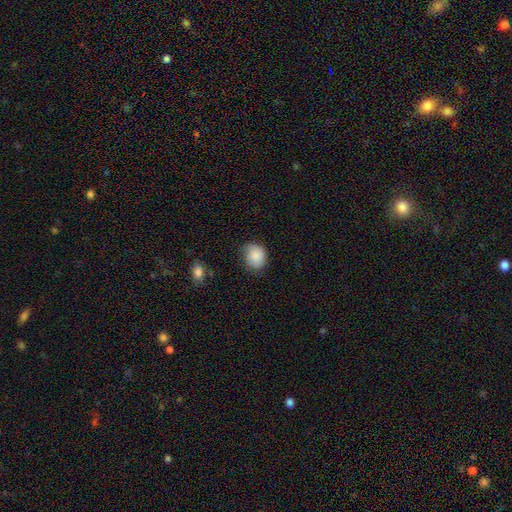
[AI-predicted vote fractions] Q: Smooth or featured?
A: smooth (86%); runner-up: star or artifact (8%)
Q: How rounded?
A: round (57%); runner-up: in between (42%)
Q: Merging?
A: none (57%); runner-up: minor disturbance (33%)